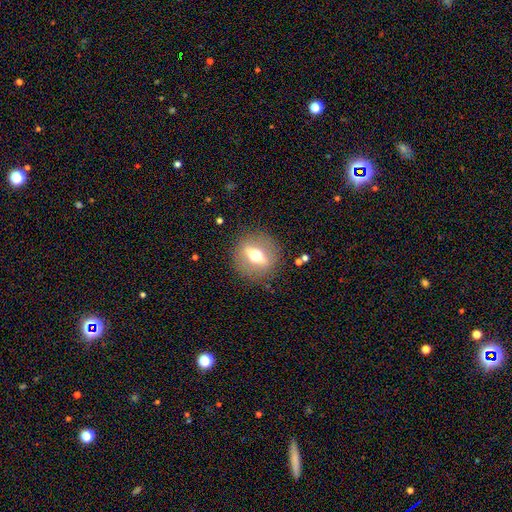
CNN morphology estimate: Smooth or featured? featured or disk (58%)
Edge-on disk? yes (51%)
Merging? none (86%)